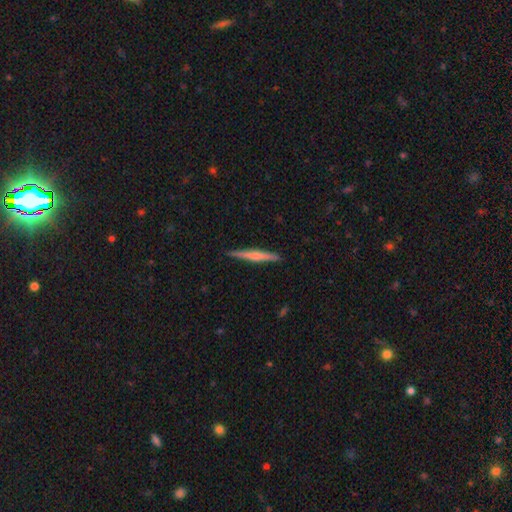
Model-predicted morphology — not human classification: Q: Smooth or featured?
A: featured or disk (53%); runner-up: smooth (41%)
Q: Edge-on disk?
A: yes (98%); runner-up: no (2%)
Q: Edge-on bulge?
A: rounded (56%); runner-up: none (29%)
Q: Merging?
A: none (91%); runner-up: minor disturbance (7%)